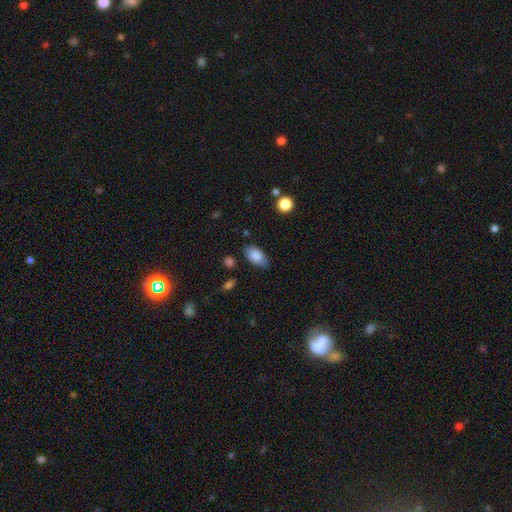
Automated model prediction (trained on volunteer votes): Morphology: type=smooth (86%); roundness=in between (93%); merging=none (78%).